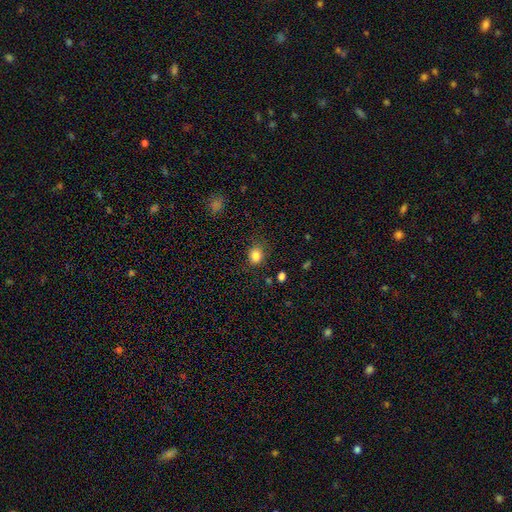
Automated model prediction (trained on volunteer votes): This appears to be a smooth galaxy with no disk features (84%) that is round (67%). Merging: none (79%).